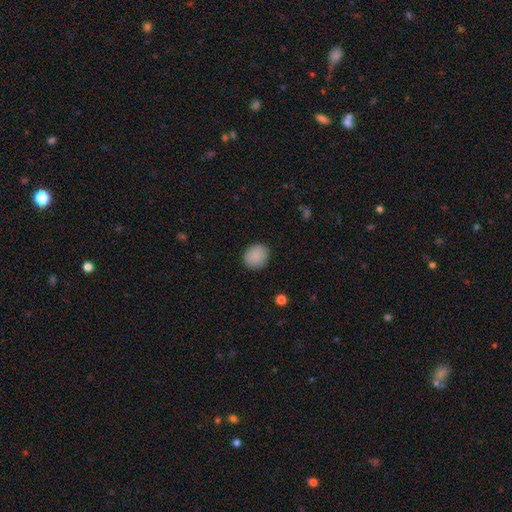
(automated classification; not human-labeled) Smooth or featured? Predicted: smooth (p=0.89). How rounded? Predicted: round (p=0.74). Merging? Predicted: none (p=0.88).